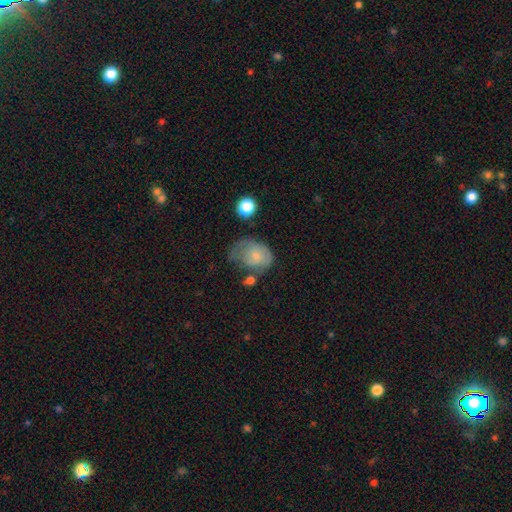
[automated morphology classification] The model was most divided on "merging": minor disturbance: 34%, major disturbance: 32%, none: 26%, merger: 8%. More confident: how rounded — in between (64%); smooth or featured — smooth (61%).